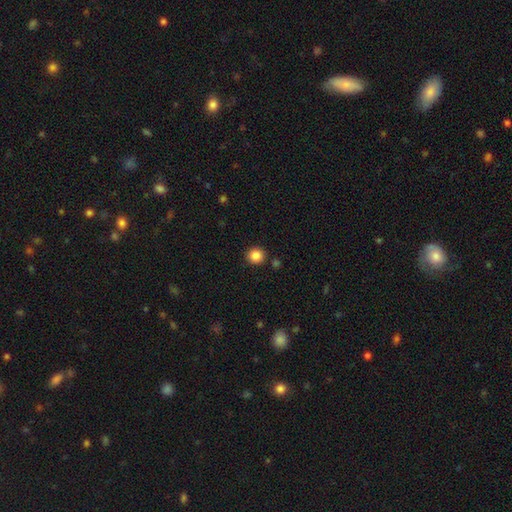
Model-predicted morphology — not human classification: The model was most divided on "smooth or featured": smooth: 86%, star or artifact: 10%, featured or disk: 3%. More confident: how rounded — round (89%); merging — none (89%).